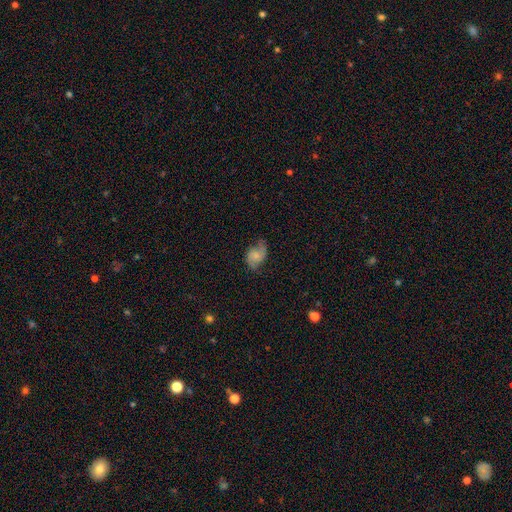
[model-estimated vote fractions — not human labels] A featured or disk galaxy (61%) with no bar (65%), 2 (88%) loose (46%) spiral arms (92%) and a small central bulge (39%).

Vote fractions:
- Smooth or featured? featured or disk: 61% / smooth: 30% / star or artifact: 9%
- Edge-on disk? no: 97% / yes: 3%
- Bar? no: 65% / weak: 30% / strong: 5%
- Spiral arms? yes: 92% / no: 8%
- Spiral winding? loose: 46% / medium: 40% / tight: 14%
- Spiral arm count? 2: 88% / can't tell: 5% / 1: 3% / 3: 1% / 4: 1% / more than 4: 1%
- Bulge size? small: 39% / moderate: 31% / none: 22% / large: 6% / dominant: 2%
- Merging? none: 65% / minor disturbance: 23% / major disturbance: 10% / merger: 1%